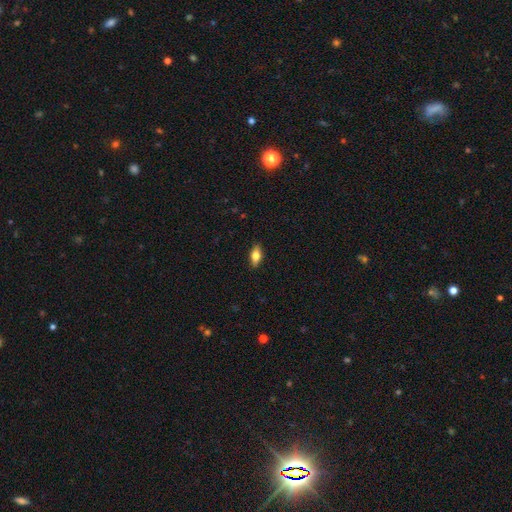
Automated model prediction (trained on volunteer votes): Smooth or featured? smooth (70%)
How rounded? in between (80%)
Merging? none (89%)